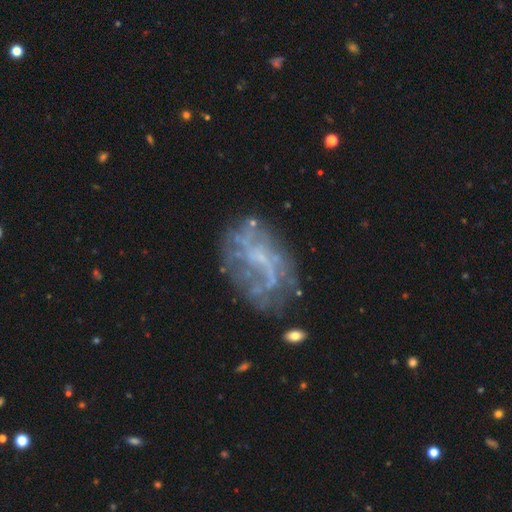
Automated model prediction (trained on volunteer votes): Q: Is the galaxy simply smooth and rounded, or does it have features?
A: featured or disk — 64%.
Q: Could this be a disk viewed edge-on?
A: no — 97%.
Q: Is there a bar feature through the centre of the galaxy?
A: no — 64%.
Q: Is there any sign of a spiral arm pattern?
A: no — 59%.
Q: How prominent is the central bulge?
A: none — 57%.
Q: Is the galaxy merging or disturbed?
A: none — 55%.